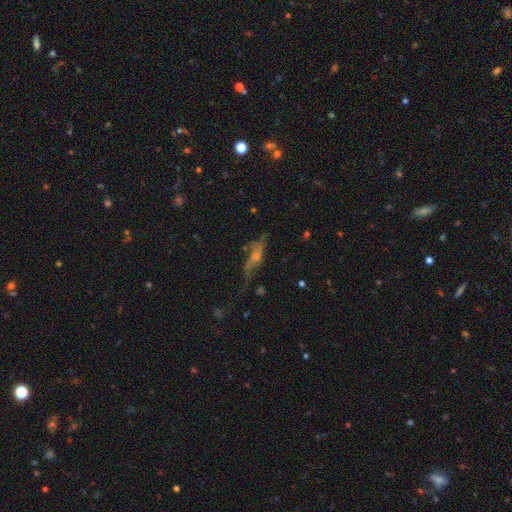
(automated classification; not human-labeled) A featured or disk galaxy (49%). Merging: none (38%).